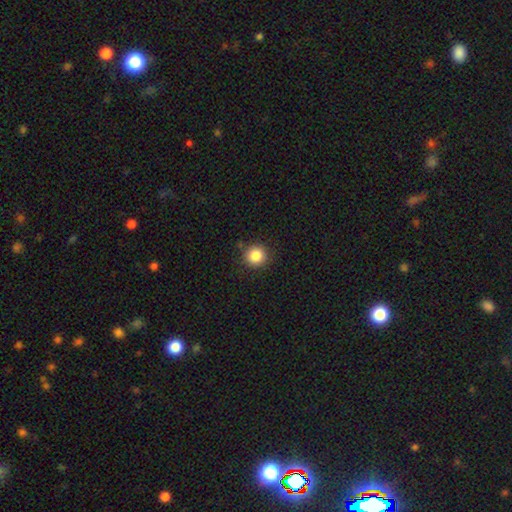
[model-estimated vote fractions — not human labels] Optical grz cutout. It shows a smooth galaxy with no disk features (85%) that is round (93%). Merging: none (87%).